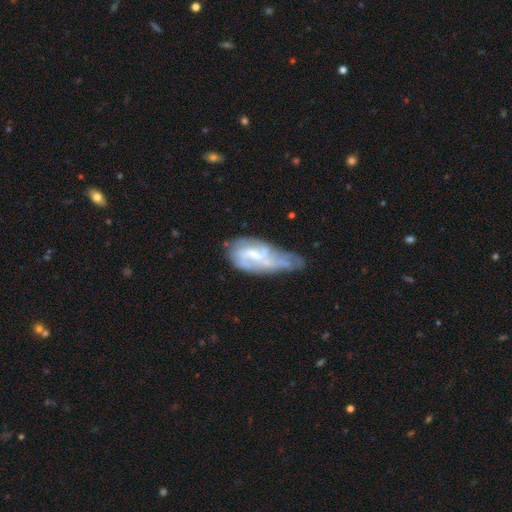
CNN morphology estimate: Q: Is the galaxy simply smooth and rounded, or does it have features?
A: featured or disk — 64%.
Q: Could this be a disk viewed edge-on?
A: no — 92%.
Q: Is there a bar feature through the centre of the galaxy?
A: no — 46%.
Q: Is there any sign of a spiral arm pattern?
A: yes — 59%.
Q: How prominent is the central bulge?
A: small — 42%.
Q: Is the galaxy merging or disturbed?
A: minor disturbance — 33%.